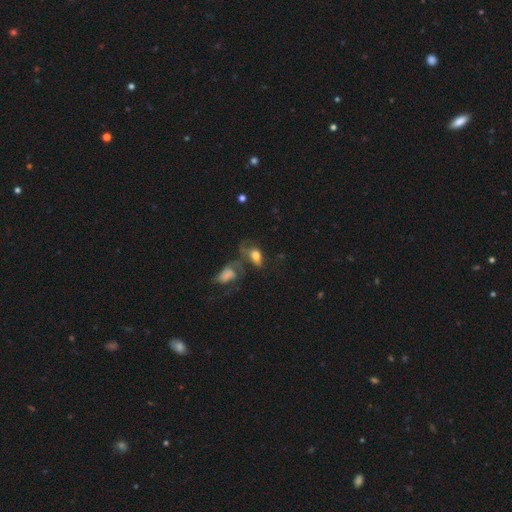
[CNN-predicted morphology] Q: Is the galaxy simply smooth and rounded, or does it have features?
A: smooth — 66%.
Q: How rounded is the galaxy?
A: in between — 84%.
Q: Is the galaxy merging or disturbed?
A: none — 30%.